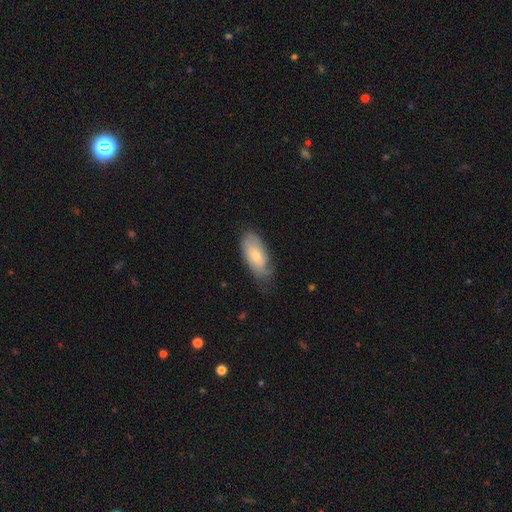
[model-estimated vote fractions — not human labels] This is possibly a smooth galaxy (58%). How rounded: clearly in between (88%). Merging: possibly none (56%).